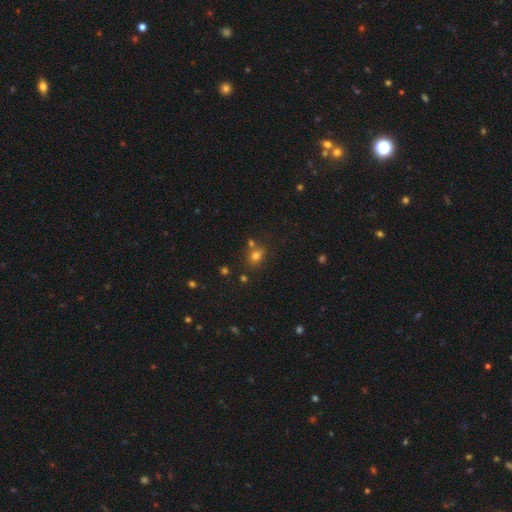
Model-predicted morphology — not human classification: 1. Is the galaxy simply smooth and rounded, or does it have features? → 73% smooth, 17% star or artifact, 10% featured or disk.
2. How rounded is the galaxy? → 52% in between, 46% round, 2% cigar-shaped.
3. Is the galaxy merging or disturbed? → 64% none, 18% merger, 14% minor disturbance, 4% major disturbance.